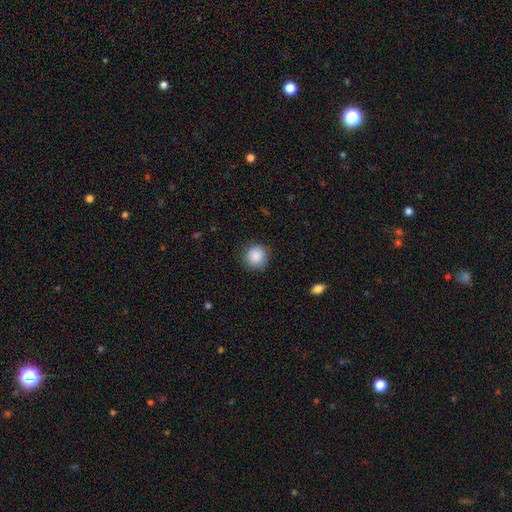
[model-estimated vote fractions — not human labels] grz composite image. It shows a smooth galaxy with no disk features (88%) that is round (93%). Merging: none (87%).